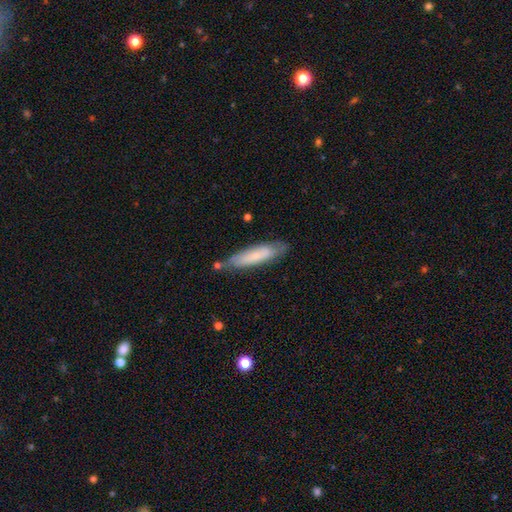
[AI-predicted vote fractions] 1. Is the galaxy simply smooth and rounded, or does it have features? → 65% smooth, 29% featured or disk, 6% star or artifact.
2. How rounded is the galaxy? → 74% cigar-shaped, 24% in between, 1% round.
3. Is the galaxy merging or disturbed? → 73% none, 19% minor disturbance, 5% merger, 4% major disturbance.